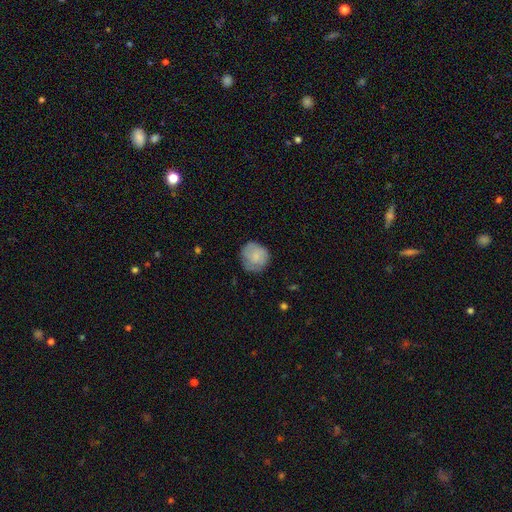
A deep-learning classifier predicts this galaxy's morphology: Smooth or featured?
  - smooth: 75% *
  - featured or disk: 19%
  - star or artifact: 7%
How rounded?
  - round: 89% *
  - in between: 10%
  - cigar-shaped: 1%
Merging?
  - none: 72% *
  - minor disturbance: 21%
  - major disturbance: 6%
  - merger: 1%